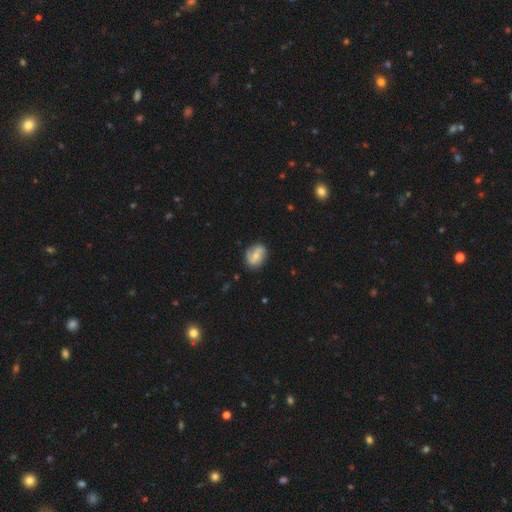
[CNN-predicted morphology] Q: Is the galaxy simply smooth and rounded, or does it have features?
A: featured or disk — 60%.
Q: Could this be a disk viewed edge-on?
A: no — 97%.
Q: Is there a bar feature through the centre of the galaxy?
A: no — 48%.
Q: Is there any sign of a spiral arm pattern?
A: yes — 88%.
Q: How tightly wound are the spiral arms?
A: medium — 38%, tied with loose.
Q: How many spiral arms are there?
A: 2 — 80%.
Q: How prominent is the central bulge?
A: small — 50%.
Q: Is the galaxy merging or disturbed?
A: none — 76%.